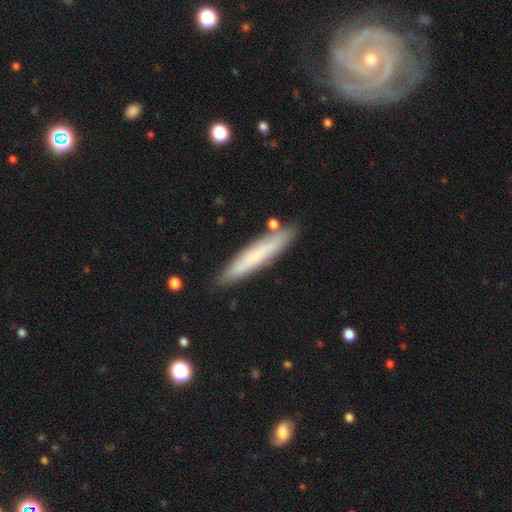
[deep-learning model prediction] A smooth galaxy with no disk features (67%) that is cigar-shaped (92%).

Vote fractions:
- Smooth or featured? smooth: 67% / featured or disk: 27% / star or artifact: 6%
- How rounded? cigar-shaped: 92% / in between: 6% / round: 1%
- Merging? none: 86% / minor disturbance: 10% / merger: 3% / major disturbance: 2%